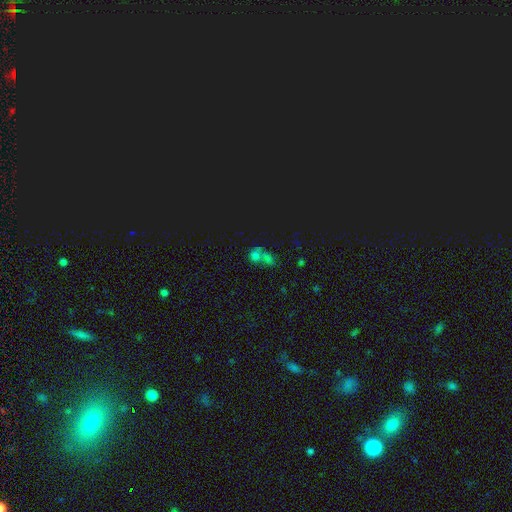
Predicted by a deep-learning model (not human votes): A smooth galaxy with no disk features (48%). Merging: merger (54%).